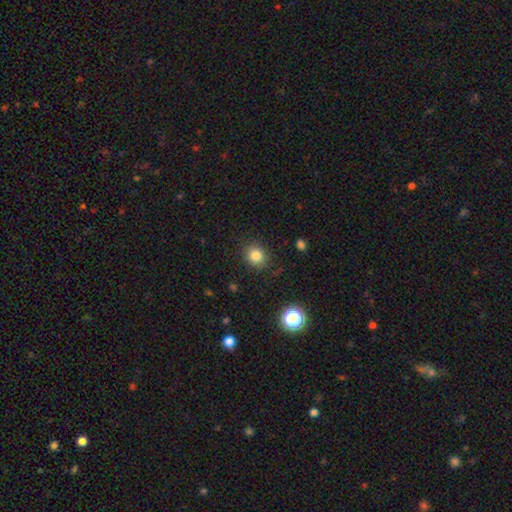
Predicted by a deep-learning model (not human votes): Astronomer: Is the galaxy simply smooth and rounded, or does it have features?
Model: smooth — 82%.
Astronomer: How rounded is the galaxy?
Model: round — 78%.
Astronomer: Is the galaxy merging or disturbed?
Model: none — 87%.